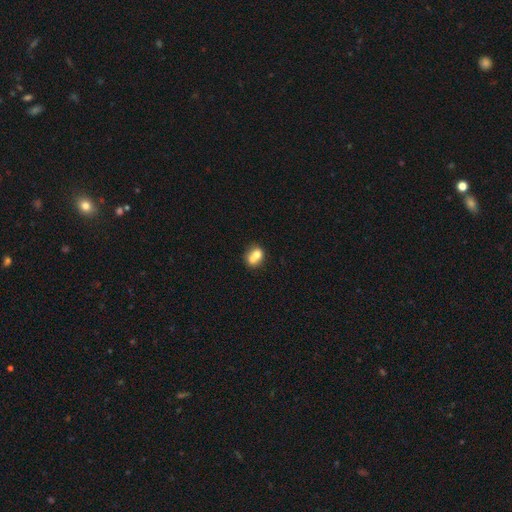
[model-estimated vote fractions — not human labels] Smooth or featured? smooth (69%)
How rounded? round (54%)
Merging? merger (57%)